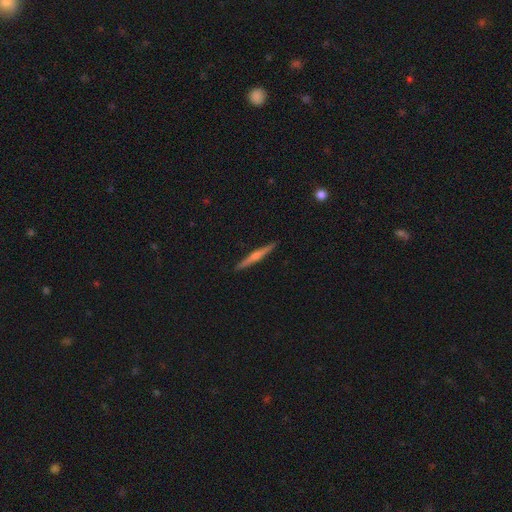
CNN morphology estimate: This is likely a featured or disk galaxy (72%). It is clearly viewed edge-on (98%). Edge-on bulge: clearly rounded (81%). Merging: clearly none (92%).